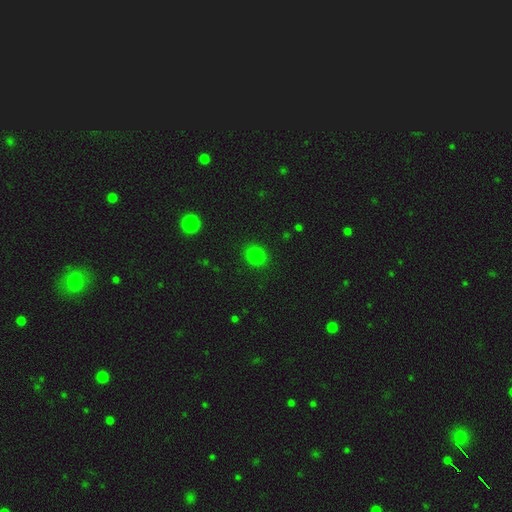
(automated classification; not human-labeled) smooth 81%, star or artifact 14%, featured or disk 5%. Down the decision tree: how rounded — round (74%); merging — none (89%).